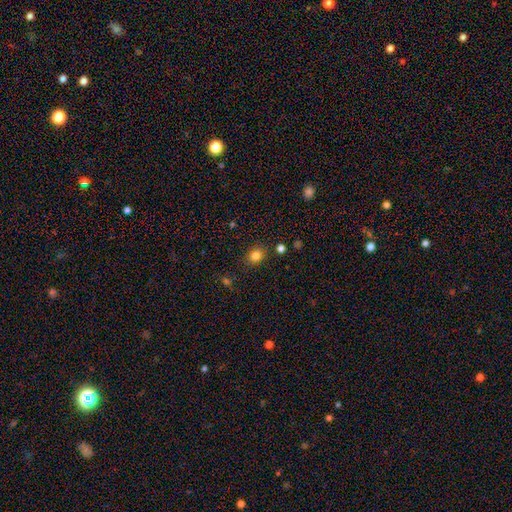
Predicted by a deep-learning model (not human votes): This appears to be a smooth galaxy with no disk features (82%) that is round (63%). Merging: none (85%).